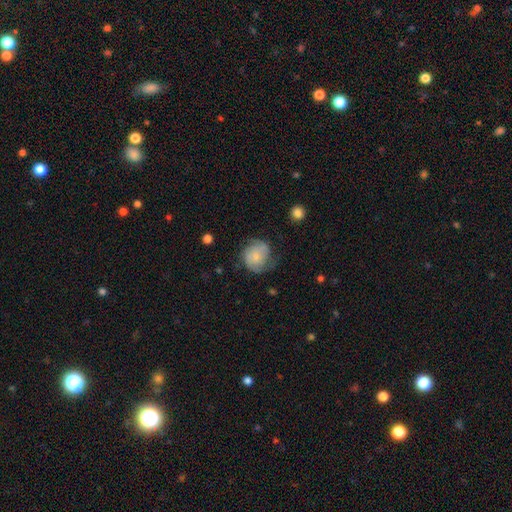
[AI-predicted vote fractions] This appears to be a featured or disk galaxy (53%) with no bar (78%), spiral arms (85%) and a small central bulge (67%). Merging: none (58%).